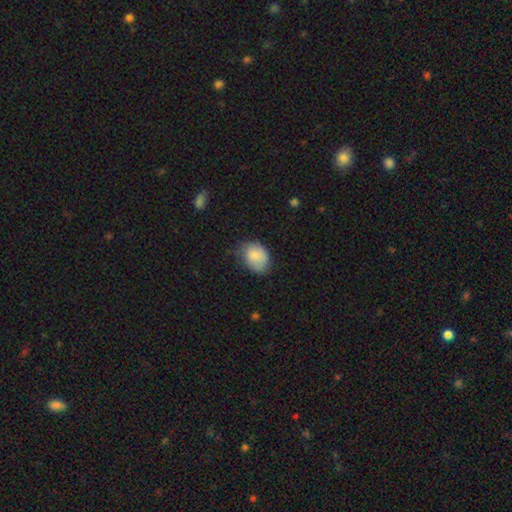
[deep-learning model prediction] A smooth galaxy with no disk features (83%) that is in between round and cigar-shaped (66%). Merging: none (56%).